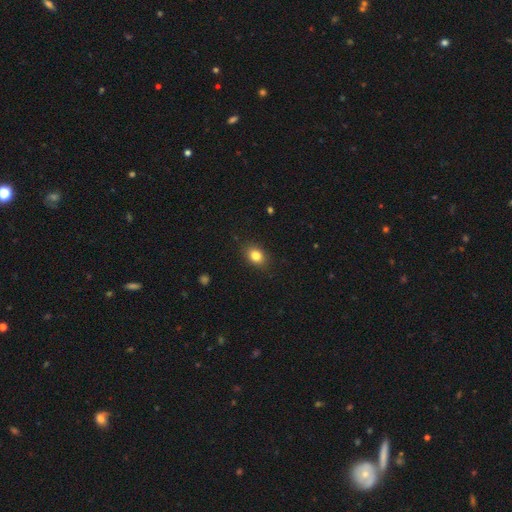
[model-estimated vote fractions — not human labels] Q: Smooth or featured?
A: smooth (83%); runner-up: star or artifact (10%)
Q: How rounded?
A: in between (64%); runner-up: round (35%)
Q: Merging?
A: none (87%); runner-up: minor disturbance (9%)